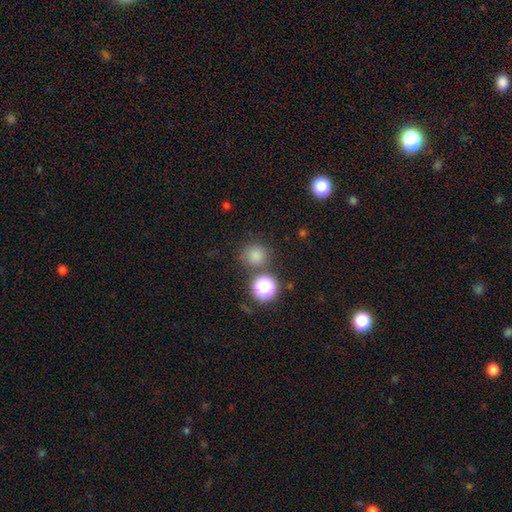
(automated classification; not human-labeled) Smooth or featured?
  - smooth: 77% *
  - star or artifact: 17%
  - featured or disk: 5%
How rounded?
  - round: 91% *
  - in between: 8%
  - cigar-shaped: 1%
Merging?
  - none: 78% *
  - minor disturbance: 10%
  - merger: 9%
  - major disturbance: 4%